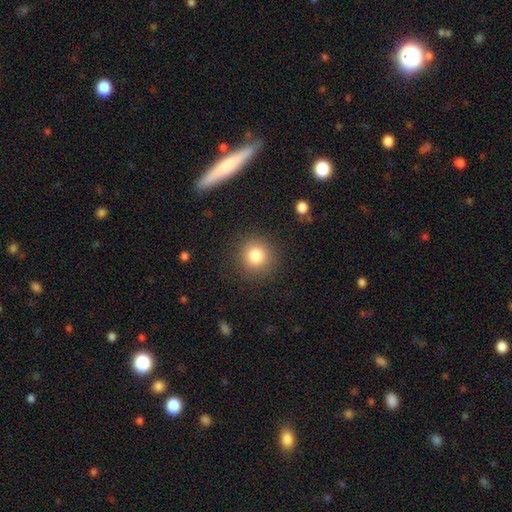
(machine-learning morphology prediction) Smooth or featured: smooth — 82% (star or artifact — 11%)
How rounded: round — 92% (in between — 7%)
Merging: none — 88% (minor disturbance — 8%)